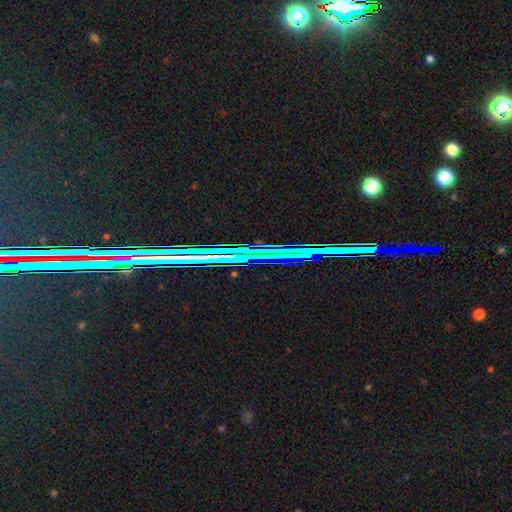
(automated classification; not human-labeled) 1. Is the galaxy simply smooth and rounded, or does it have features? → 74% star or artifact, 16% featured or disk, 9% smooth.